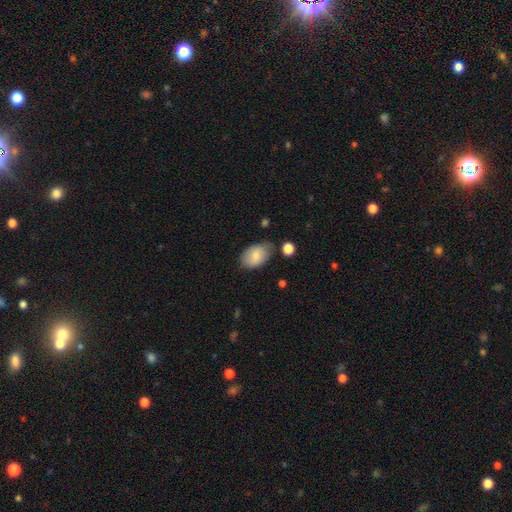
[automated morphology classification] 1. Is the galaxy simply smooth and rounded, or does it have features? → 78% smooth, 15% featured or disk, 7% star or artifact.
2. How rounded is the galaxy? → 88% in between, 11% round, 1% cigar-shaped.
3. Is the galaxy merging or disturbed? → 69% none, 22% minor disturbance, 5% major disturbance, 4% merger.